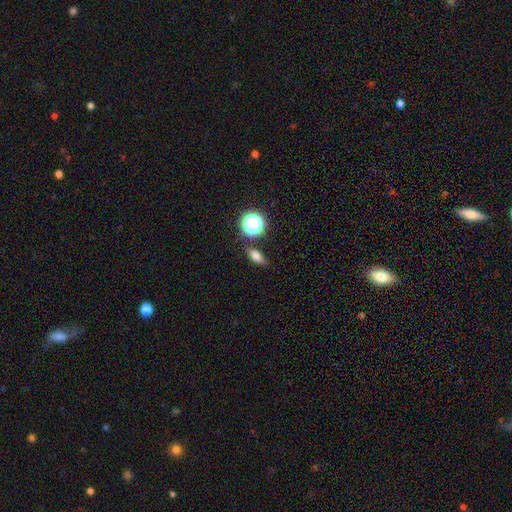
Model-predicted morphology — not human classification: smooth-or-featured: smooth: 73% | star or artifact: 15% | featured or disk: 12%
  how-rounded: in between: 69% | round: 18% | cigar-shaped: 13%
  merging: none: 80% | minor disturbance: 12% | merger: 5% | major disturbance: 3%